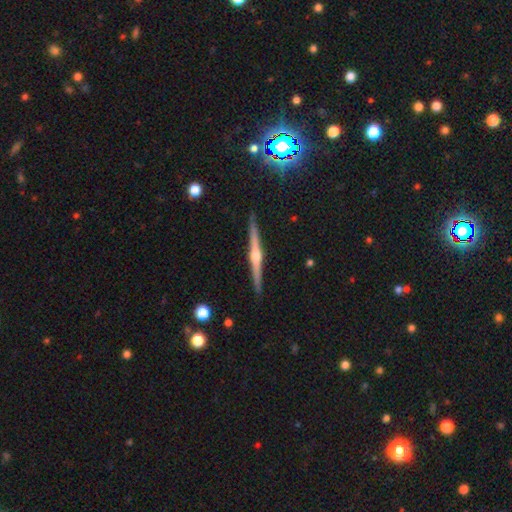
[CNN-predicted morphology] Smooth or featured? featured or disk (82%)
Edge-on disk? yes (99%)
Edge-on bulge? rounded (92%)
Merging? none (91%)